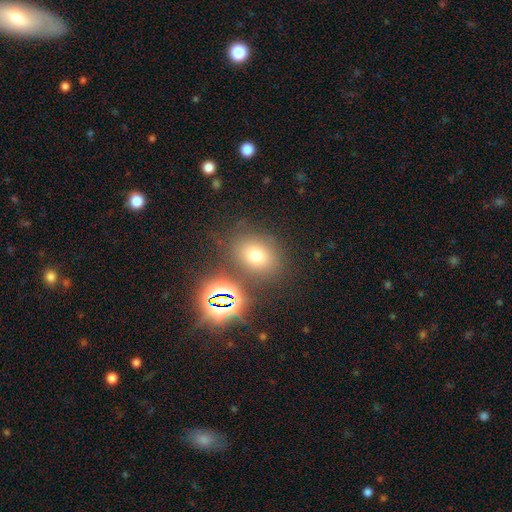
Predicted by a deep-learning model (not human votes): A smooth galaxy with no disk features (66%) that is round (56%).

Vote fractions:
- Smooth or featured? smooth: 66% / star or artifact: 23% / featured or disk: 11%
- How rounded? round: 56% / in between: 43% / cigar-shaped: 1%
- Merging? none: 77% / minor disturbance: 11% / merger: 7% / major disturbance: 5%